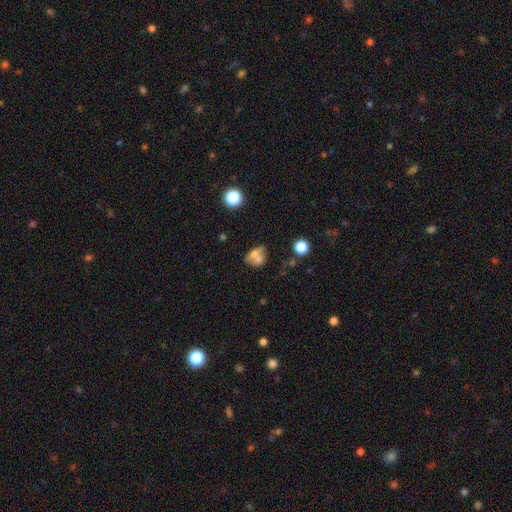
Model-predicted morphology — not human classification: The model was most divided on "how rounded": in between: 56%, round: 42%, cigar-shaped: 2%. More confident: merging — merger (59%); smooth or featured — smooth (59%).